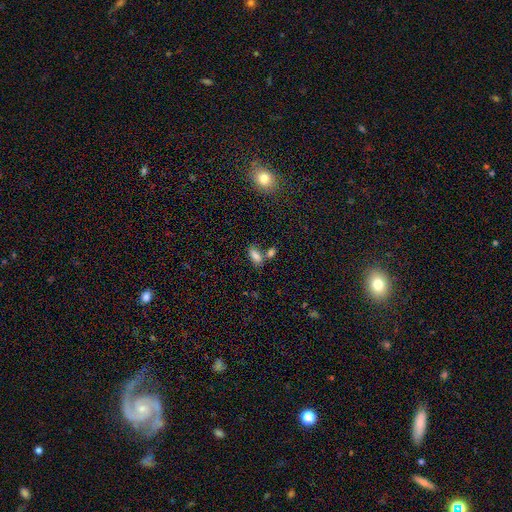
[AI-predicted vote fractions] This appears to be a smooth galaxy with no disk features (81%) that is in between round and cigar-shaped (83%). Merging: none (53%).